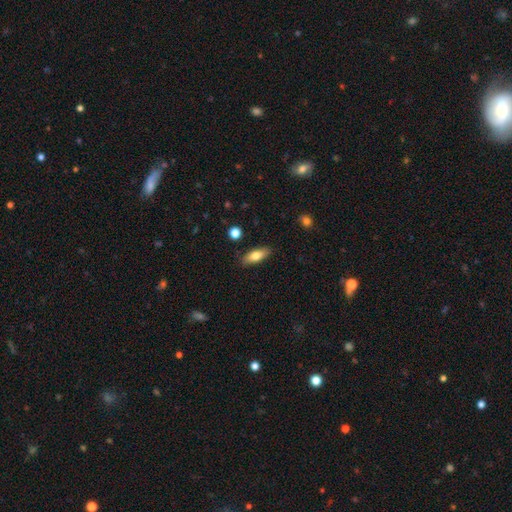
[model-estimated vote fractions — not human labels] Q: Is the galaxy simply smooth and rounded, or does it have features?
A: smooth — 73%.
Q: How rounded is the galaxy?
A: in between — 67%.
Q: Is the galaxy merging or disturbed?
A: none — 85%.